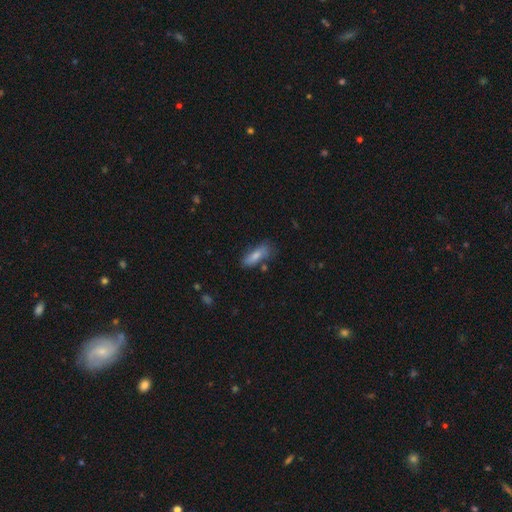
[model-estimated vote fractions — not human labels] Smooth or featured? smooth (76%)
How rounded? in between (59%)
Merging? none (64%)